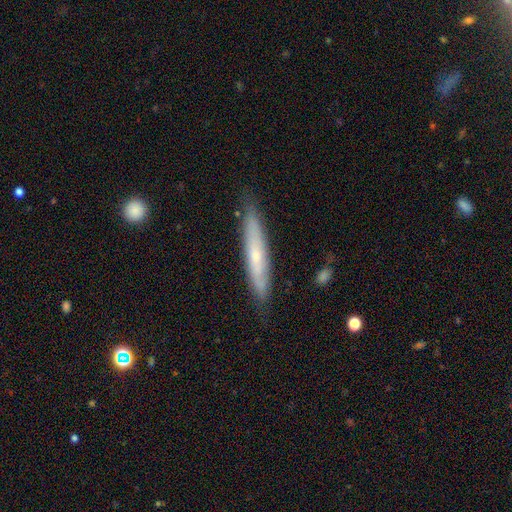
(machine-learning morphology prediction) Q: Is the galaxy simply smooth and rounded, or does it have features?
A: smooth — 47%, tied with featured or disk.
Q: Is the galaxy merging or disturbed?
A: none — 81%.